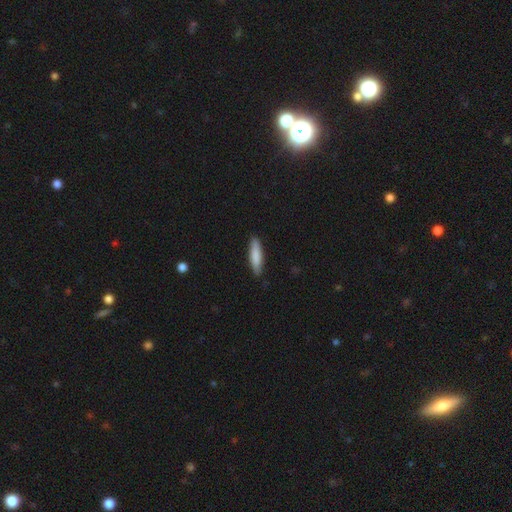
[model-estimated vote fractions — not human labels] Morphology: type=smooth (84%); roundness=cigar-shaped (75%); merging=none (87%).